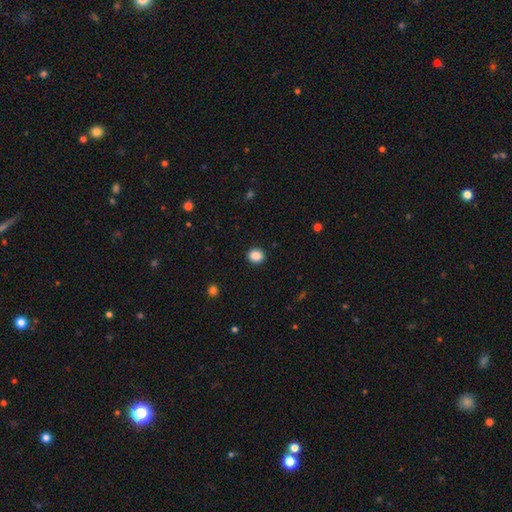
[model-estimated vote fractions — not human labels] Morphology: type=smooth (88%); roundness=round (67%); merging=none (90%).